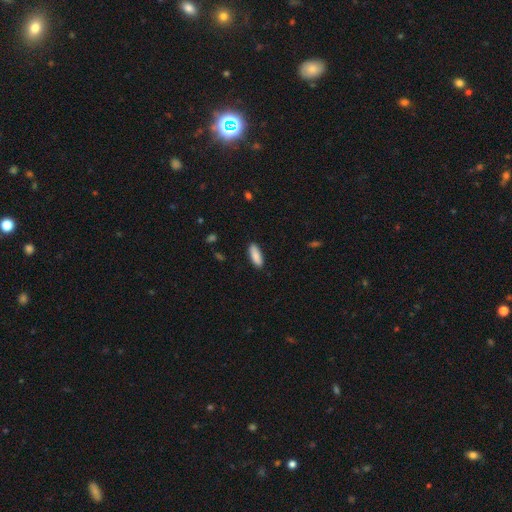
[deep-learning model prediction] Q: Smooth or featured?
A: smooth (88%); runner-up: featured or disk (6%)
Q: How rounded?
A: in between (62%); runner-up: cigar-shaped (36%)
Q: Merging?
A: none (89%); runner-up: minor disturbance (9%)